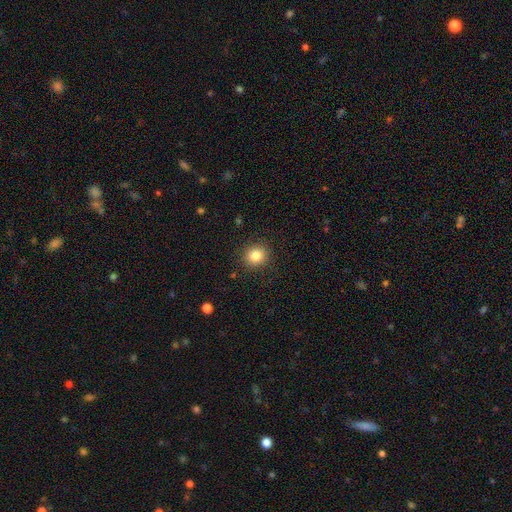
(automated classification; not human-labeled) The model was most divided on "smooth or featured": smooth: 84%, star or artifact: 11%, featured or disk: 6%. More confident: merging — none (90%); how rounded — round (86%).